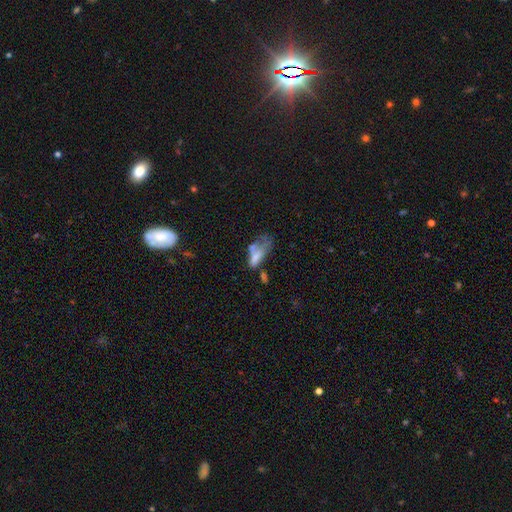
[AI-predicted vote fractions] This is possibly a smooth galaxy (57%). How rounded: likely in between (79%). Merging: marginally major disturbance (40%).